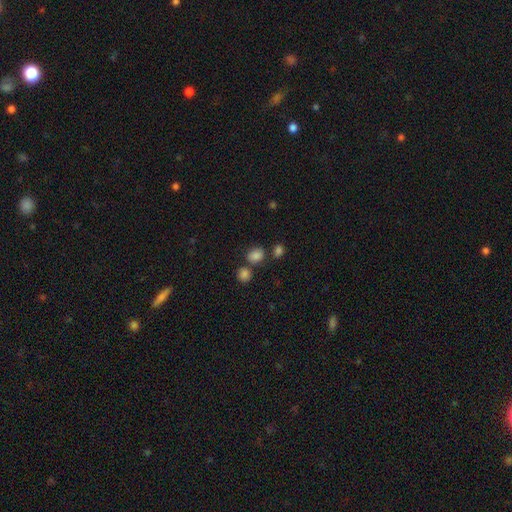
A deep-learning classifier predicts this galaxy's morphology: Smooth or featured? smooth (82%)
How rounded? round (51%)
Merging? none (67%)